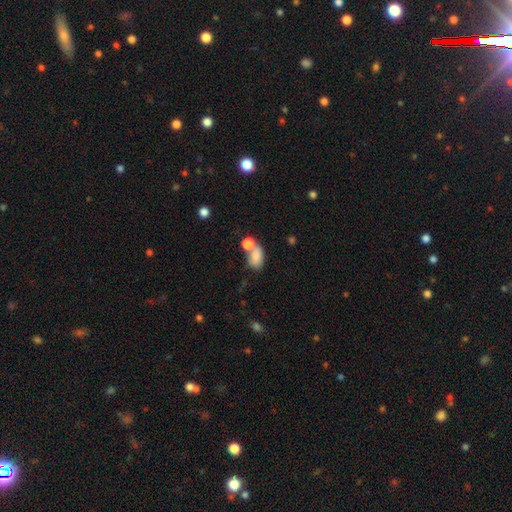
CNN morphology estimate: smooth 79%, featured or disk 11%, star or artifact 10%. Down the decision tree: how rounded — in between (83%); merging — merger (41%).